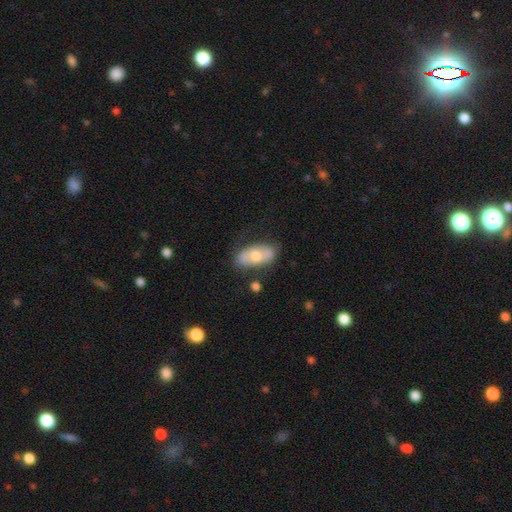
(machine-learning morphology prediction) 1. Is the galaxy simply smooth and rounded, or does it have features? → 56% smooth, 38% featured or disk, 6% star or artifact.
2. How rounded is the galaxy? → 90% in between, 5% cigar-shaped, 5% round.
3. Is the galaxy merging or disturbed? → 71% none, 19% minor disturbance, 6% major disturbance, 5% merger.